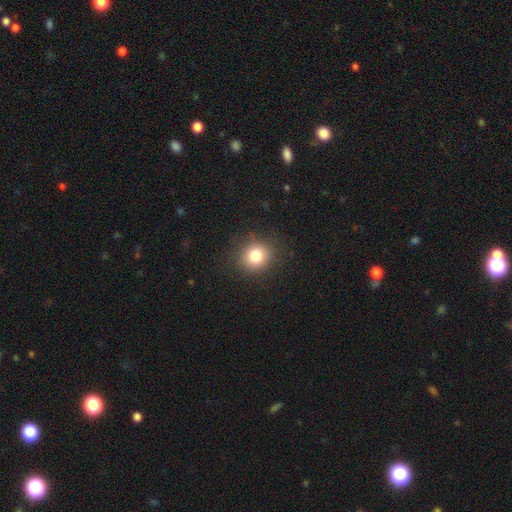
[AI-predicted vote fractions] Overall: smooth (80%). How rounded: round (85%). Merging: none (88%).